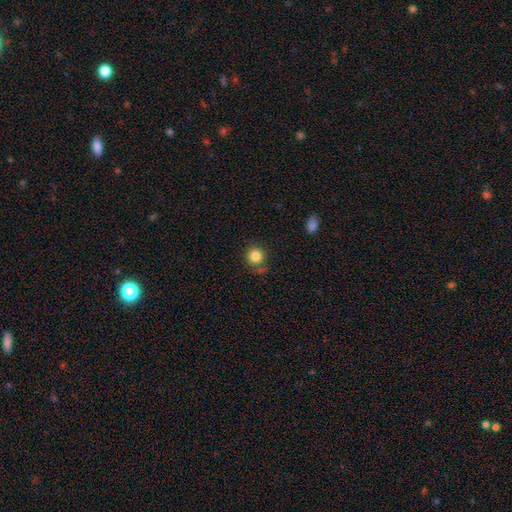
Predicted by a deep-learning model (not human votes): Smooth or featured?
  - smooth: 85% *
  - star or artifact: 10%
  - featured or disk: 5%
How rounded?
  - round: 93% *
  - in between: 6%
  - cigar-shaped: 1%
Merging?
  - none: 77% *
  - minor disturbance: 12%
  - merger: 8%
  - major disturbance: 4%